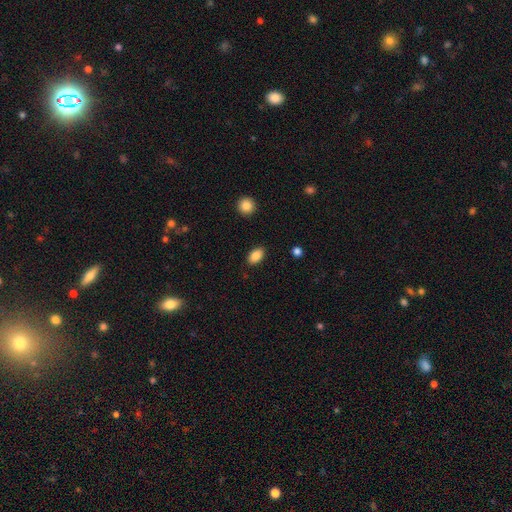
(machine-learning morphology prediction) smooth-or-featured: smooth: 86% | star or artifact: 8% | featured or disk: 5%
  how-rounded: in between: 88% | round: 10% | cigar-shaped: 1%
  merging: none: 88% | minor disturbance: 9% | major disturbance: 2% | merger: 1%